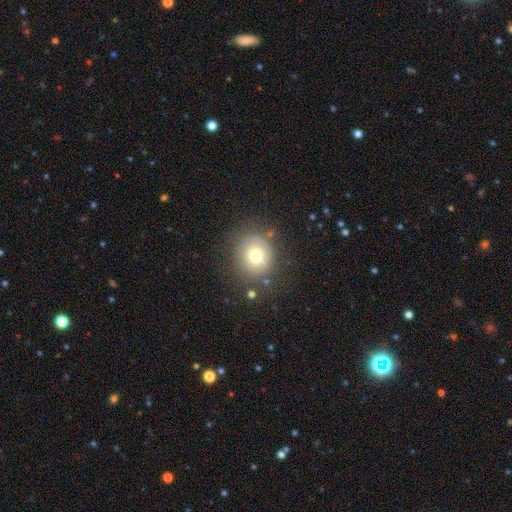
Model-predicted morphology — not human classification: The model was most divided on "smooth or featured": smooth: 68%, featured or disk: 20%, star or artifact: 12%. More confident: how rounded — round (83%); merging — none (75%).